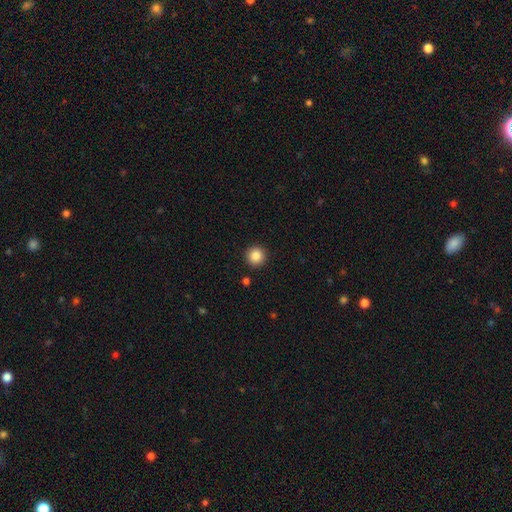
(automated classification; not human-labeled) A smooth galaxy with no disk features (87%) that is round (96%). Merging: none (92%).